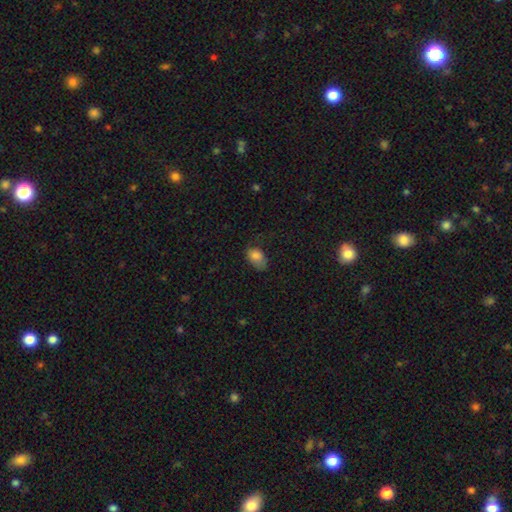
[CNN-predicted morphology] Smooth or featured: smooth — 82% (featured or disk — 9%)
How rounded: in between — 86% (round — 12%)
Merging: none — 48% (minor disturbance — 35%)